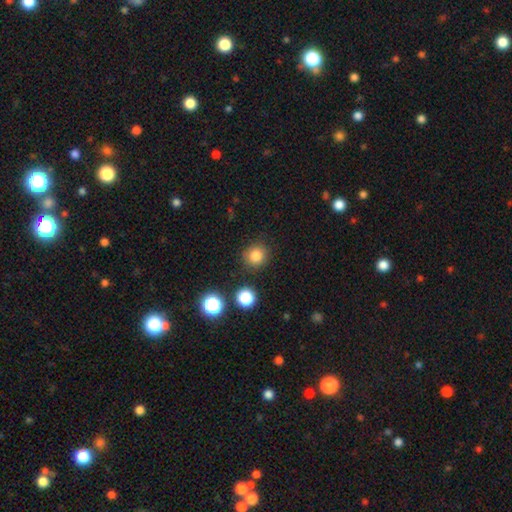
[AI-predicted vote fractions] smooth_or_featured: smooth (p=0.82) [alt: star or artifact p=0.13]
how_rounded: round (p=0.91) [alt: in between p=0.08]
merging: none (p=0.87) [alt: minor disturbance p=0.08]